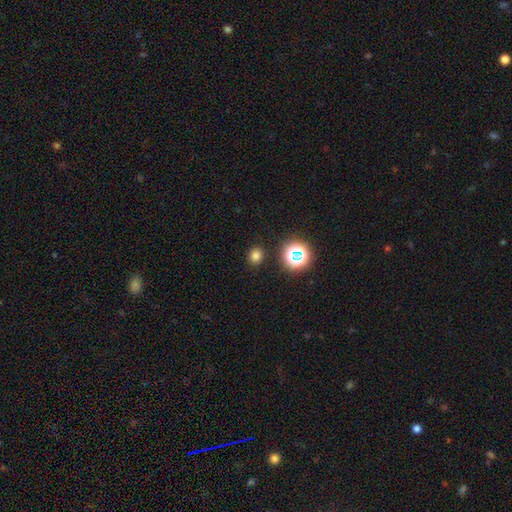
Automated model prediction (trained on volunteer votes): This is likely a smooth galaxy (75%). How rounded: likely round (75%). Merging: clearly none (89%).